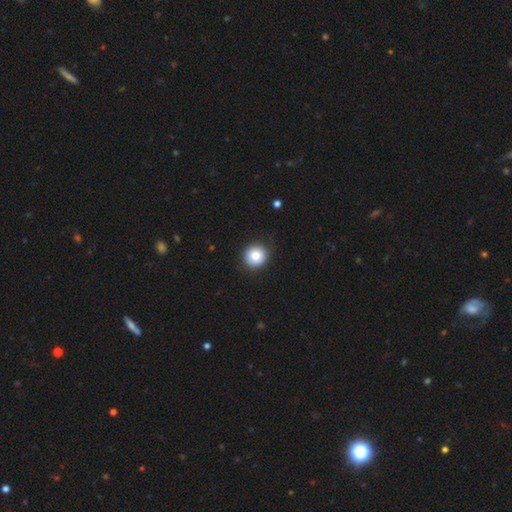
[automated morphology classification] A smooth galaxy with no disk features (82%) that is round (92%).

Vote fractions:
- Smooth or featured? smooth: 82% / featured or disk: 9% / star or artifact: 9%
- How rounded? round: 92% / in between: 7% / cigar-shaped: 1%
- Merging? none: 87% / minor disturbance: 9% / major disturbance: 2% / merger: 1%